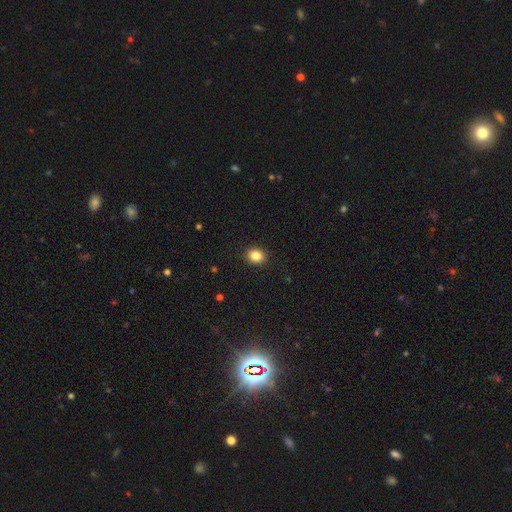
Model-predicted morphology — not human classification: smooth_or_featured: smooth (p=0.85) [alt: star or artifact p=0.10]
how_rounded: round (p=0.62) [alt: in between p=0.37]
merging: none (p=0.92) [alt: minor disturbance p=0.06]